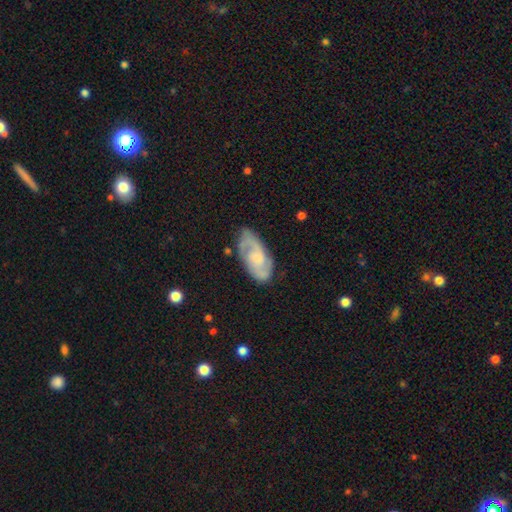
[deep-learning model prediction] This is likely a featured or disk galaxy (76%). It is clearly not viewed edge-on (94%). Bar: possibly no (56%). Spiral arm pattern: clearly yes (93%). Spiral arm count: likely 2 (78%). Spiral winding: possibly medium (48%). Central bulge: marginally small (32%, tied with moderate). Merging: likely none (77%).